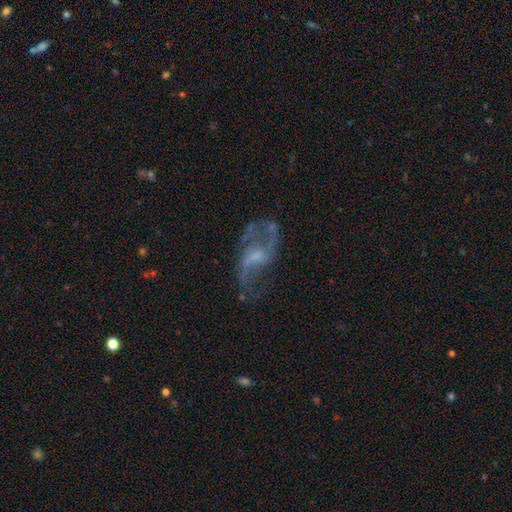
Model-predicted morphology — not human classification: Smooth or featured: featured or disk — 79% (smooth — 12%)
Edge-on disk: no — 96% (yes — 4%)
Bar: no — 47% (weak — 44%)
Spiral arms: yes — 82% (no — 18%)
Spiral winding: loose — 66% (medium — 28%)
Spiral arm count: 2 — 78% (can't tell — 10%)
Bulge size: small — 43% (moderate — 29%)
Merging: none — 52% (major disturbance — 24%)